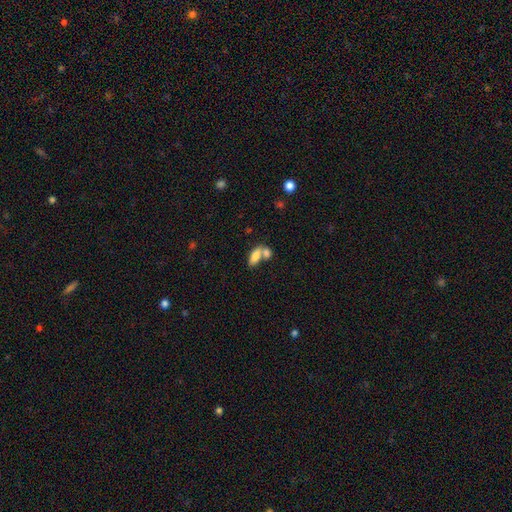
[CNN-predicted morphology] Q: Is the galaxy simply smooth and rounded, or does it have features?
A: smooth — 79%.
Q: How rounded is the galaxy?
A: in between — 82%.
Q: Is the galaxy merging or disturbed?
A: merger — 55%.